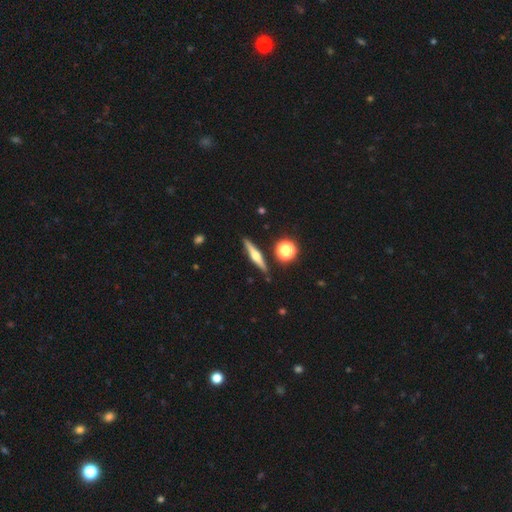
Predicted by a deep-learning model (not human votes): Smooth or featured? Predicted: featured or disk (p=0.63). Edge-on disk? Predicted: yes (p=0.97). Edge-on bulge? Predicted: rounded (p=0.91). Merging? Predicted: none (p=0.88).